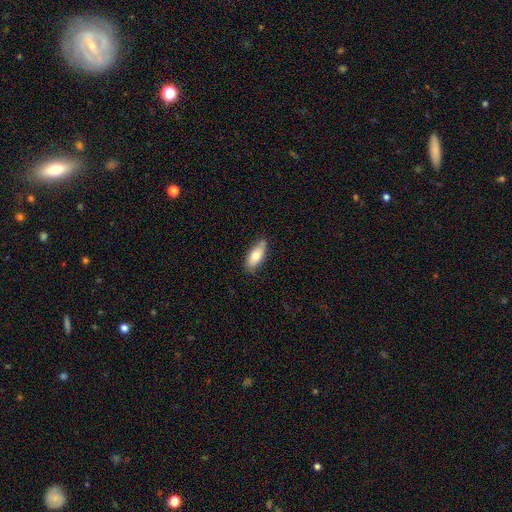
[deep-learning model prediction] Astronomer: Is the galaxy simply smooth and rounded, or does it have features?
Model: smooth — 75%.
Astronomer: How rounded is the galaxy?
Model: in between — 84%.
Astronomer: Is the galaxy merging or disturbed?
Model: none — 74%.